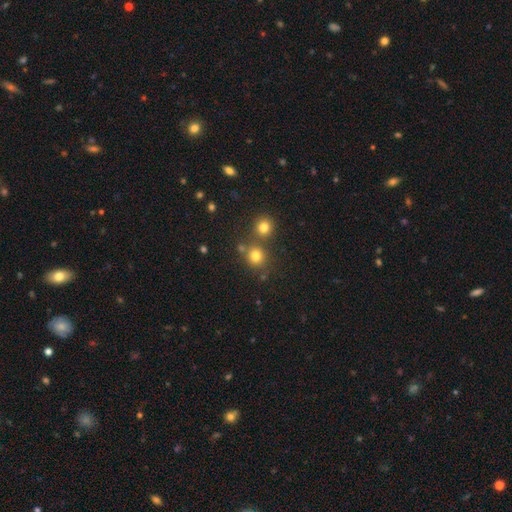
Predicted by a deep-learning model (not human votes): Smooth or featured? smooth (78%)
How rounded? round (89%)
Merging? none (70%)